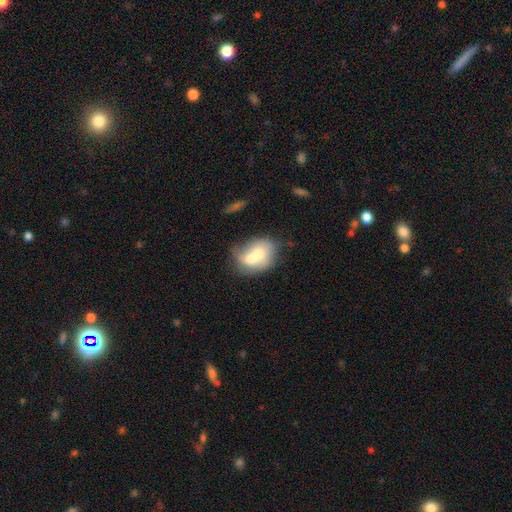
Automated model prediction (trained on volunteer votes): Overall: smooth (63%; featured or disk 29%). How rounded: in between (64%; round 34%). Merging: merger (57%; none 22%).